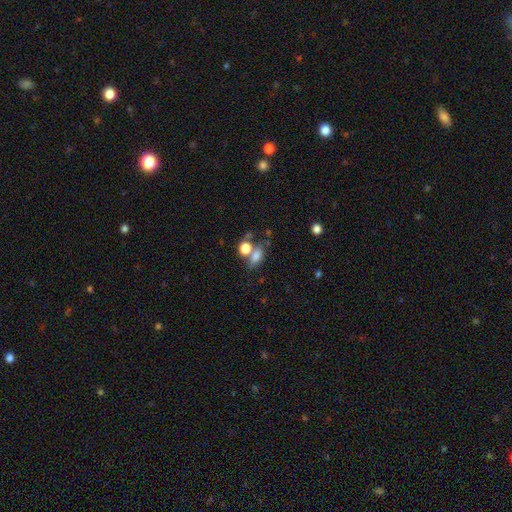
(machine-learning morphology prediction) Q: Smooth or featured?
A: smooth (76%); runner-up: featured or disk (12%)
Q: How rounded?
A: in between (74%); runner-up: round (22%)
Q: Merging?
A: merger (42%); runner-up: none (40%)